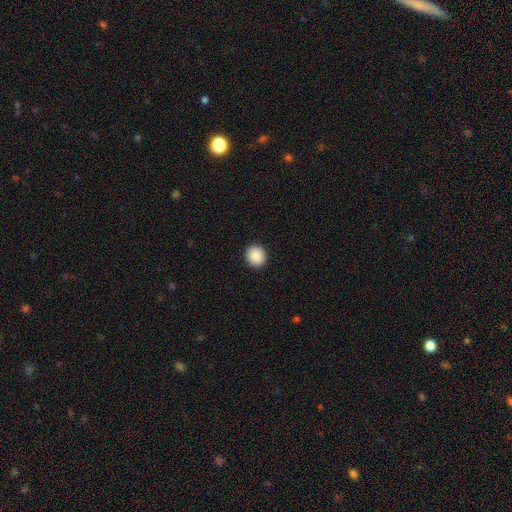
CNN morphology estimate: smooth-or-featured: smooth: 89% | star or artifact: 8% | featured or disk: 3%
  how-rounded: round: 89% | in between: 10% | cigar-shaped: 1%
  merging: none: 93% | minor disturbance: 5% | major disturbance: 2% | merger: 1%